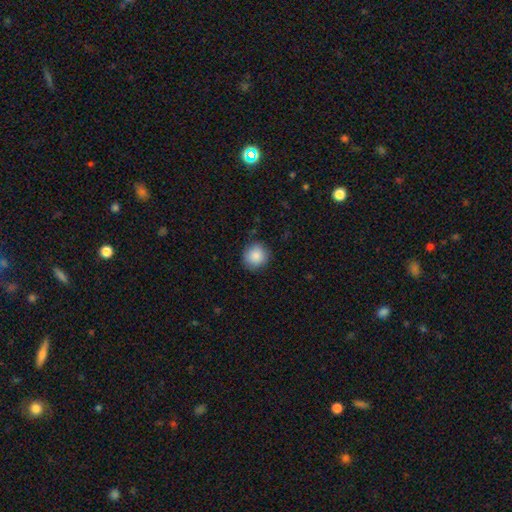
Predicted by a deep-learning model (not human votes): Smooth or featured? Predicted: smooth (p=0.88). How rounded? Predicted: round (p=0.88). Merging? Predicted: none (p=0.86).